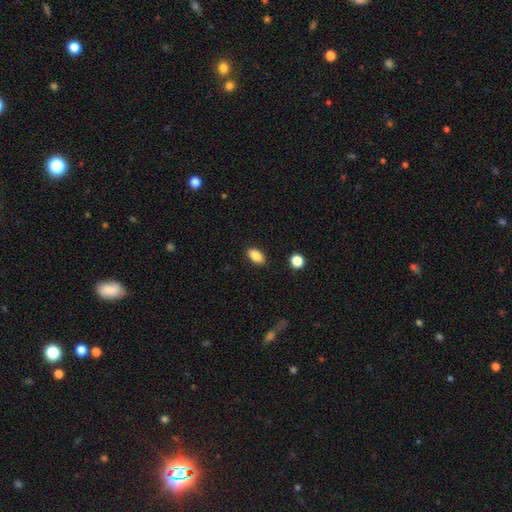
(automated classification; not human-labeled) Smooth or featured: smooth — 86% (star or artifact — 8%)
How rounded: in between — 91% (round — 5%)
Merging: none — 88% (minor disturbance — 8%)